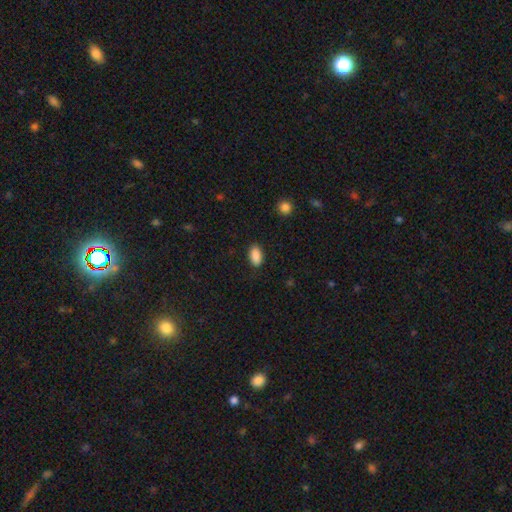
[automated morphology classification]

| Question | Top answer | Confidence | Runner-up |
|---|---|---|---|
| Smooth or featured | smooth | 89% | star or artifact (8%) |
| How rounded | in between | 93% | round (4%) |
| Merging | none | 87% | minor disturbance (10%) |